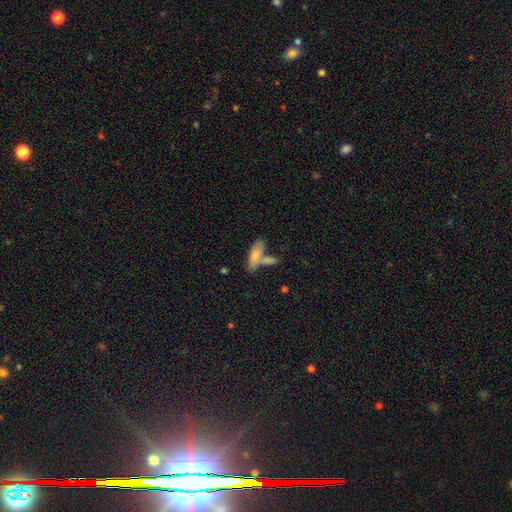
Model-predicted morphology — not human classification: A smooth galaxy with no disk features (72%) that is in between round and cigar-shaped (58%).

Vote fractions:
- Smooth or featured? smooth: 72% / featured or disk: 21% / star or artifact: 7%
- How rounded? in between: 58% / cigar-shaped: 40% / round: 3%
- Merging? none: 41% / merger: 40% / minor disturbance: 13% / major disturbance: 6%